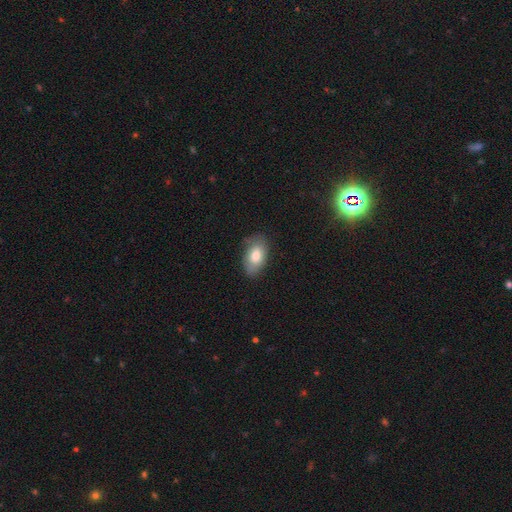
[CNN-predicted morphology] Q: Smooth or featured?
A: smooth (78%); runner-up: featured or disk (15%)
Q: How rounded?
A: in between (92%); runner-up: round (6%)
Q: Merging?
A: none (73%); runner-up: minor disturbance (21%)